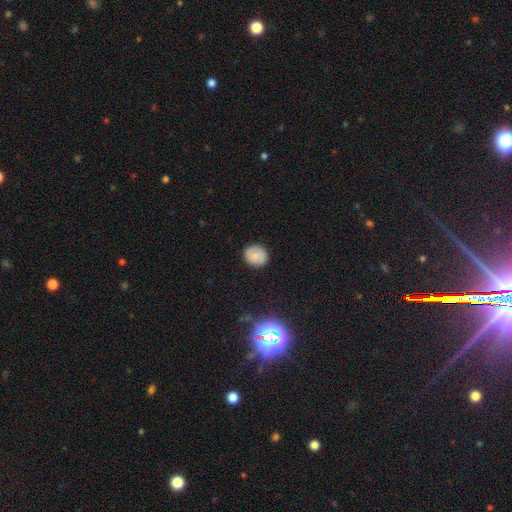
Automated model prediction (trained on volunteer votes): The model was most divided on "smooth or featured": smooth: 75%, featured or disk: 15%, star or artifact: 10%. More confident: merging — none (86%); how rounded — round (80%).